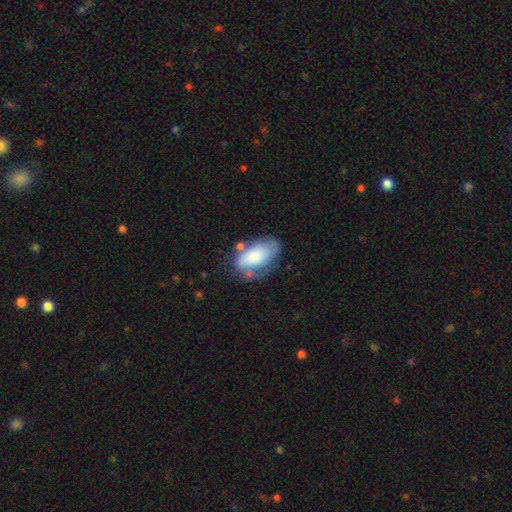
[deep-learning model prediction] Morphology: type=smooth (69%); roundness=in between (93%); merging=none (49%).